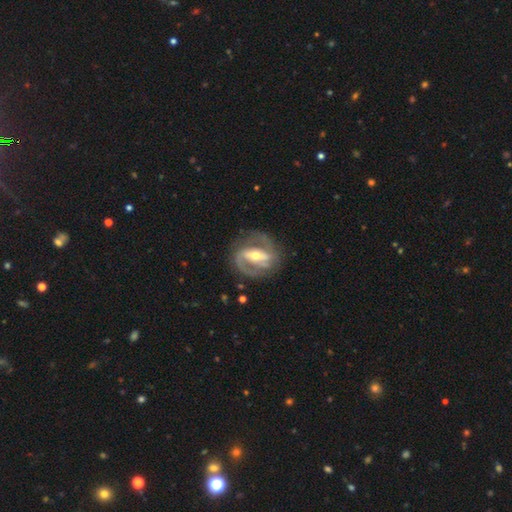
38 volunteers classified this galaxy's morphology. Volunteers were most divided on "spiral winding": medium: 43%, tight: 33%, loose: 23%. More confident: edge-on disk — no (97%); spiral arms — yes (94%); smooth or featured — featured or disk (87%); spiral arm count — 2 (80%); merging — none (71%); bulge size — moderate (69%); bar — strong (62%).